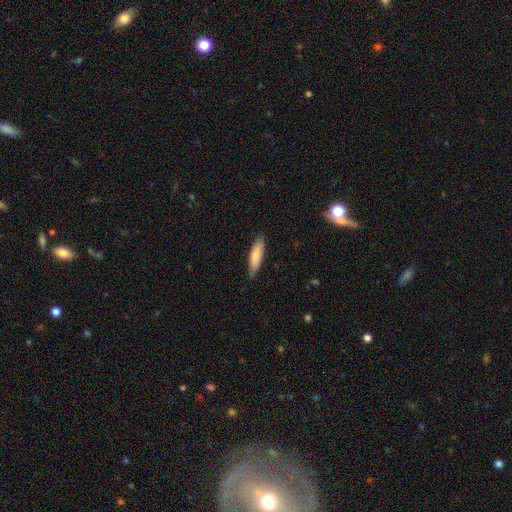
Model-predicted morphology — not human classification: This is likely a smooth galaxy (78%). How rounded: likely cigar-shaped (70%). Merging: clearly none (83%).